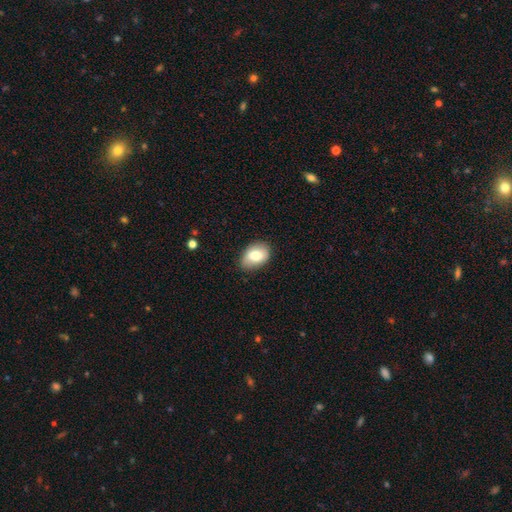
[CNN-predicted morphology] Overall: smooth (77%). How rounded: in between (81%). Merging: none (75%).